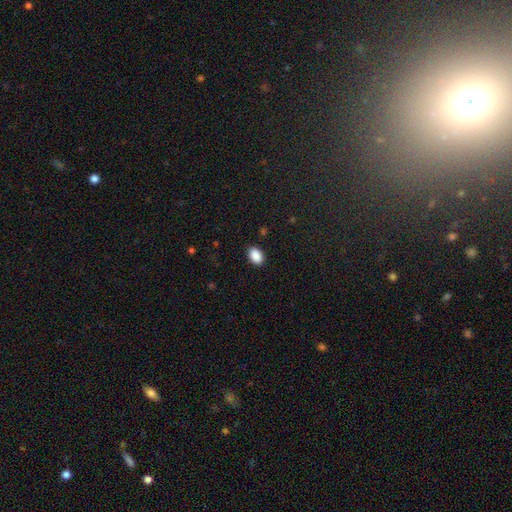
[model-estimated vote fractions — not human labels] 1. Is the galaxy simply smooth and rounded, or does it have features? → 90% smooth, 8% star or artifact, 3% featured or disk.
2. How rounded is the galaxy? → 87% in between, 12% round, 1% cigar-shaped.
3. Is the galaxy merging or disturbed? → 89% none, 8% minor disturbance, 2% major disturbance, 1% merger.